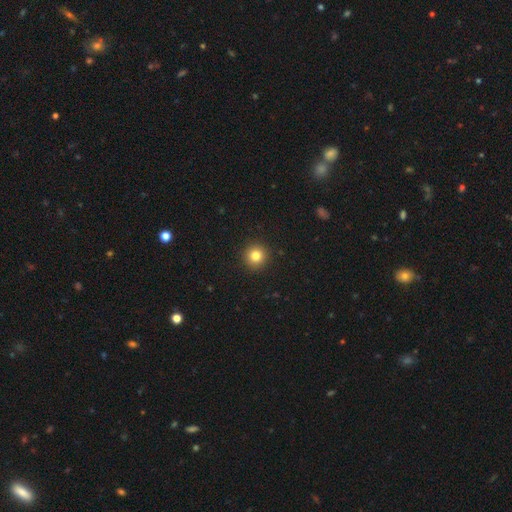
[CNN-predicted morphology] Smooth or featured? Predicted: smooth (p=0.82). How rounded? Predicted: round (p=0.95). Merging? Predicted: none (p=0.93).